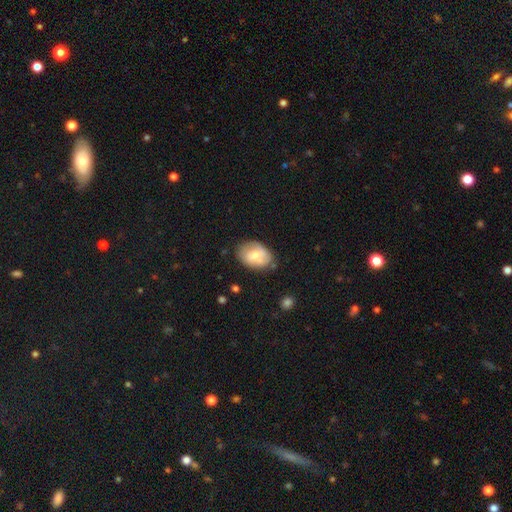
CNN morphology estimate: smooth_or_featured: smooth (p=0.62) [alt: featured or disk p=0.31]
how_rounded: in between (p=0.79) [alt: round p=0.20]
merging: none (p=0.67) [alt: minor disturbance p=0.24]